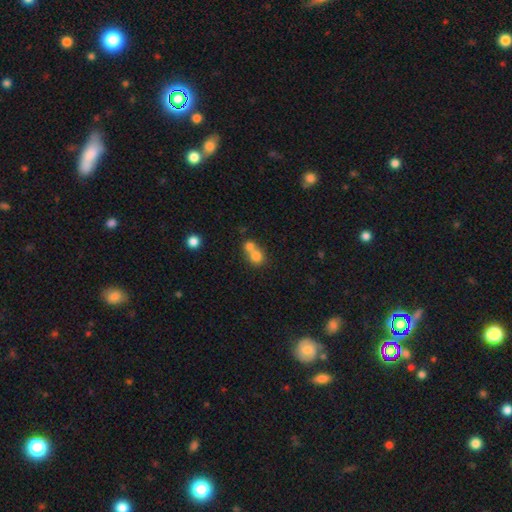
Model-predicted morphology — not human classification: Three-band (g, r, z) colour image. It shows a smooth galaxy with no disk features (74%) that is round (74%). Merging: merger (66%).